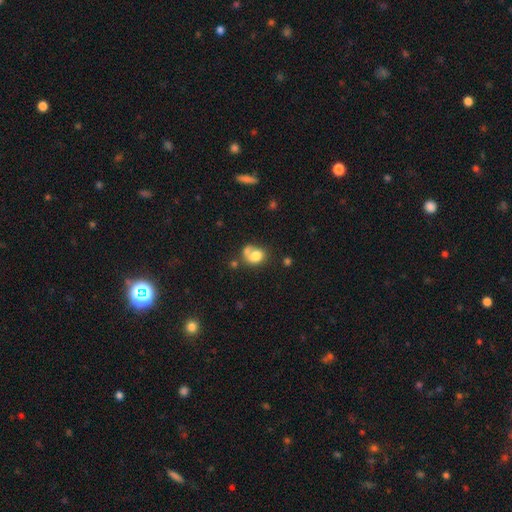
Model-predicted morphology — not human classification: Smooth or featured: smooth — 72% (featured or disk — 19%)
How rounded: round — 54% (in between — 45%)
Merging: none — 35% (merger — 33%)